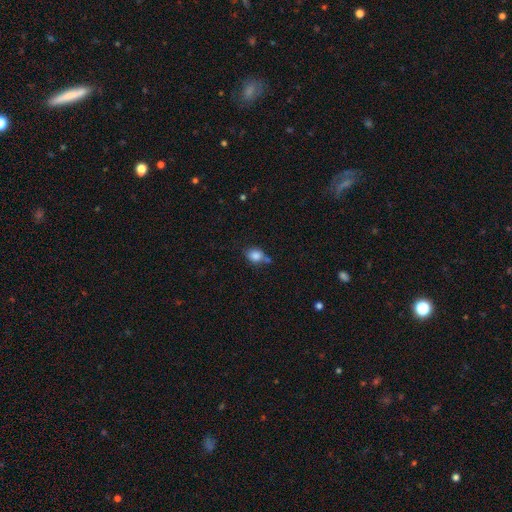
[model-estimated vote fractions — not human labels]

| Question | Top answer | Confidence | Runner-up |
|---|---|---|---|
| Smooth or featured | smooth | 82% | star or artifact (10%) |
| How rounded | round | 53% | in between (45%) |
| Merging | none | 54% | minor disturbance (24%) |